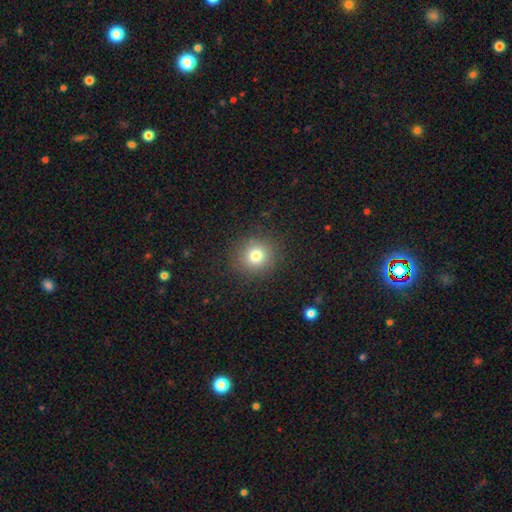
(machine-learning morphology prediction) The model was most divided on "smooth or featured": smooth: 78%, star or artifact: 13%, featured or disk: 9%. More confident: how rounded — round (90%); merging — none (88%).